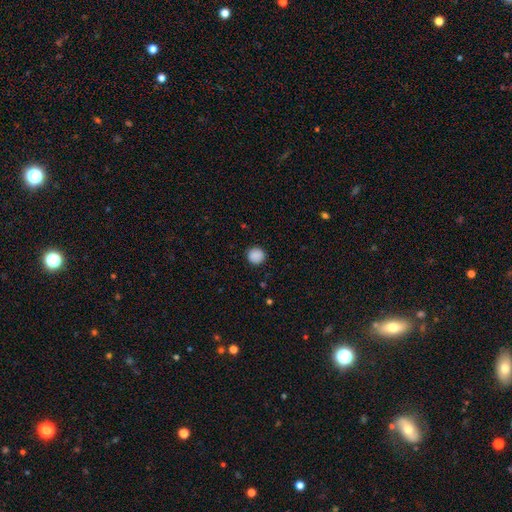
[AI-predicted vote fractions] smooth_or_featured: smooth (p=0.89) [alt: star or artifact p=0.09]
how_rounded: round (p=0.94) [alt: in between p=0.05]
merging: none (p=0.91) [alt: minor disturbance p=0.06]